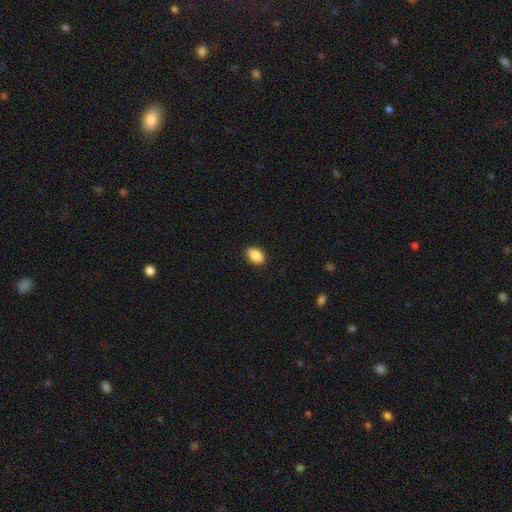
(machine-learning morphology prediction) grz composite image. It shows a smooth galaxy with no disk features (89%) that is in between round and cigar-shaped (87%). Merging: none (88%).